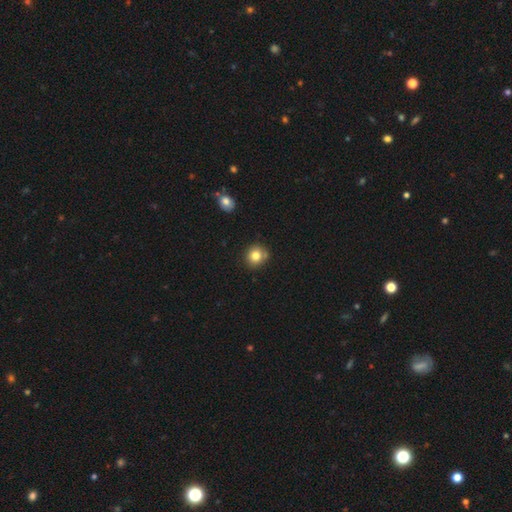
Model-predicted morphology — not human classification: Q: Smooth or featured?
A: smooth (81%); runner-up: star or artifact (10%)
Q: How rounded?
A: round (86%); runner-up: in between (13%)
Q: Merging?
A: none (78%); runner-up: minor disturbance (13%)